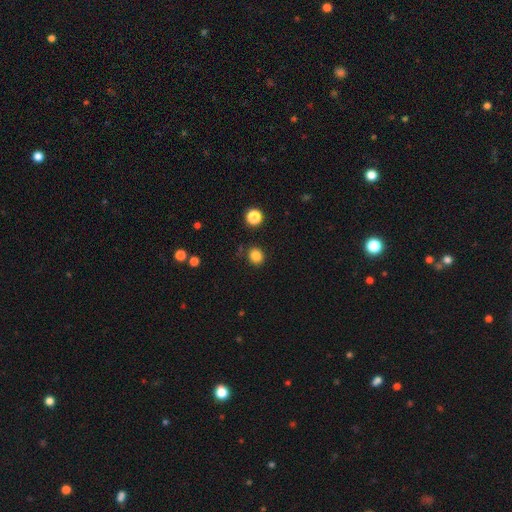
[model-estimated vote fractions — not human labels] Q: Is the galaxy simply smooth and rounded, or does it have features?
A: smooth — 84%.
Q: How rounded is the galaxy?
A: round — 75%.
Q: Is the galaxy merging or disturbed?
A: none — 85%.